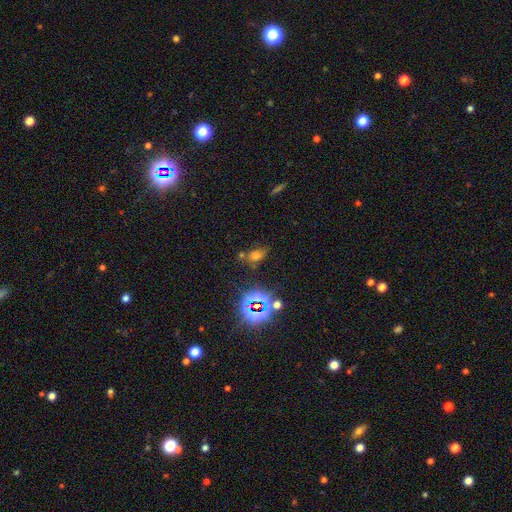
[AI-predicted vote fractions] Smooth or featured? star or artifact (47%)